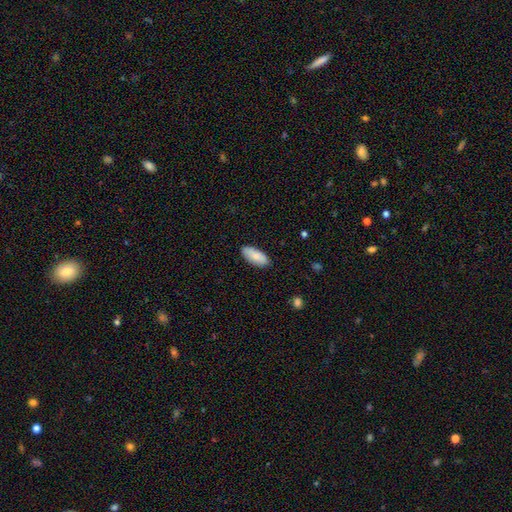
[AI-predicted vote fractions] A smooth galaxy with no disk features (87%) that is in between round and cigar-shaped (86%).

Vote fractions:
- Smooth or featured? smooth: 87% / featured or disk: 7% / star or artifact: 6%
- How rounded? in between: 86% / cigar-shaped: 12% / round: 2%
- Merging? none: 86% / minor disturbance: 11% / major disturbance: 2% / merger: 1%